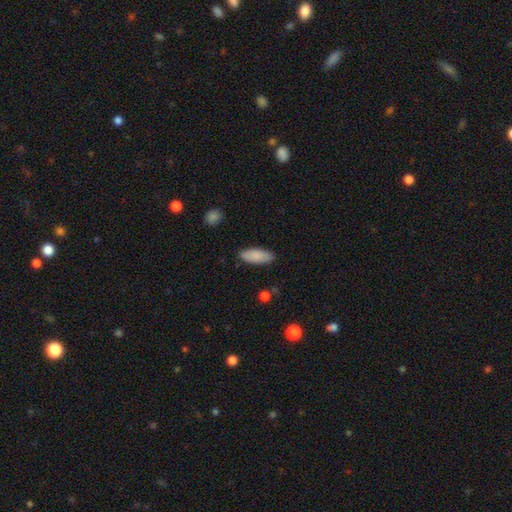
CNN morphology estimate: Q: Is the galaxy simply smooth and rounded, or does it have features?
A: smooth — 87%.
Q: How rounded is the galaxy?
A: in between — 76%.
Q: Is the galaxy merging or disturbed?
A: none — 88%.